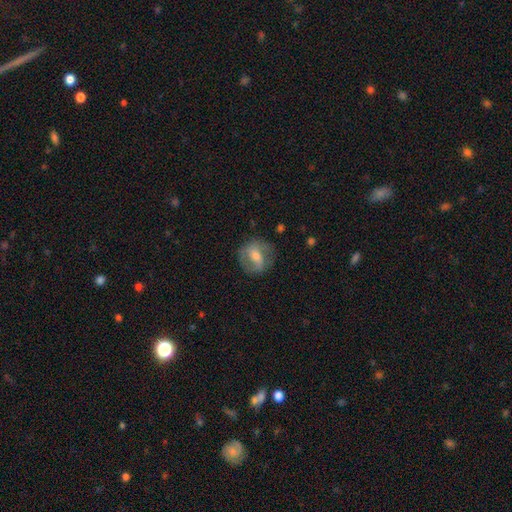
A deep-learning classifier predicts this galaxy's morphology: This appears to be a featured or disk galaxy (56%) with a weak bar (40%), spiral arms (66%) and a moderate central bulge (55%). Merging: none (71%).